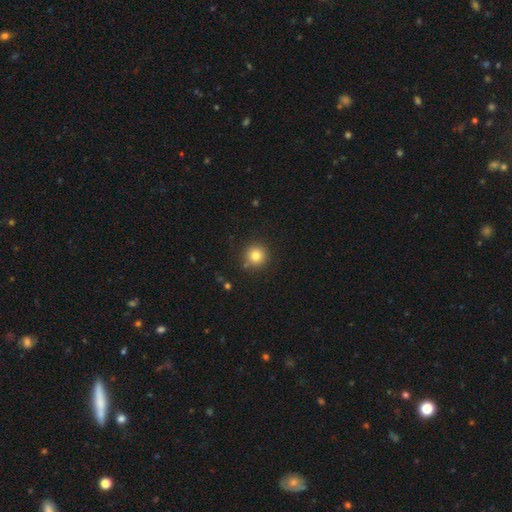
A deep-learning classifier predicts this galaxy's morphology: Q: Smooth or featured?
A: smooth (82%); runner-up: star or artifact (12%)
Q: How rounded?
A: round (95%); runner-up: in between (4%)
Q: Merging?
A: none (87%); runner-up: minor disturbance (8%)